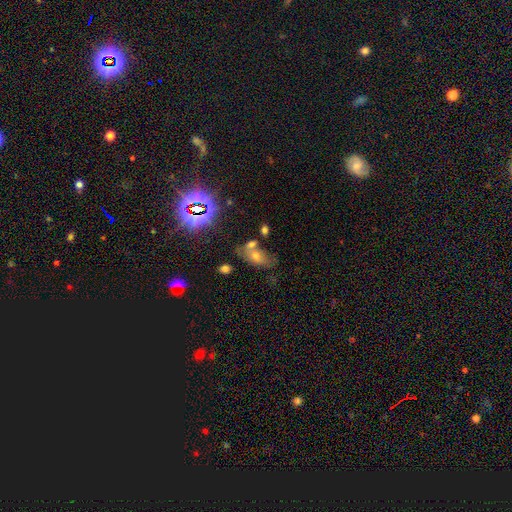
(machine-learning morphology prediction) smooth 55%, featured or disk 26%, star or artifact 19%. Down the decision tree: how rounded — in between (86%); merging — none (45%).